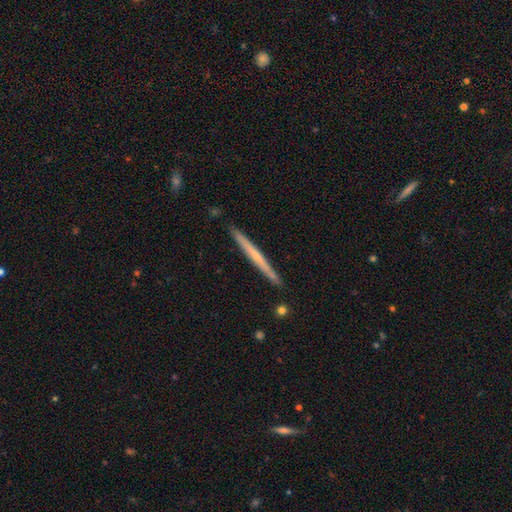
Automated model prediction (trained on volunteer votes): Smooth or featured? Predicted: featured or disk (p=0.58). Edge-on disk? Predicted: yes (p=0.98). Edge-on bulge? Predicted: none (p=0.62). Merging? Predicted: none (p=0.90).